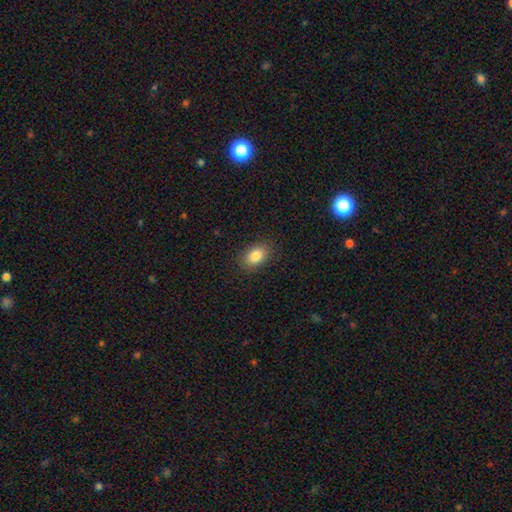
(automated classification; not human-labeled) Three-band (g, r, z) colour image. It shows a smooth galaxy with no disk features (84%) that is in between round and cigar-shaped (83%). Merging: none (87%).